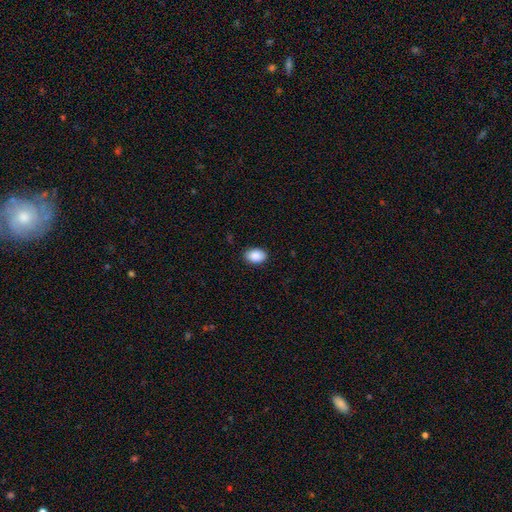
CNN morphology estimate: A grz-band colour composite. It shows a smooth galaxy with no disk features (90%) that is in between round and cigar-shaped (84%). Merging: none (87%).